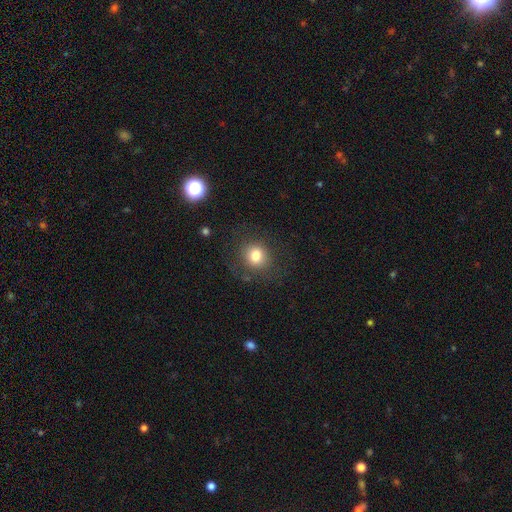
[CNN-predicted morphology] This appears to be a smooth galaxy with no disk features (79%) that is round (82%). Merging: none (82%).